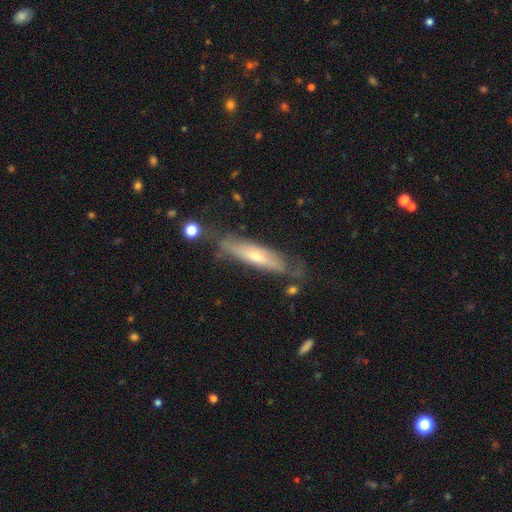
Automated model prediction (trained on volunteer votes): featured or disk 53%, smooth 40%, star or artifact 7%. Down the decision tree: edge-on disk — yes (62%); merging — none (65%).